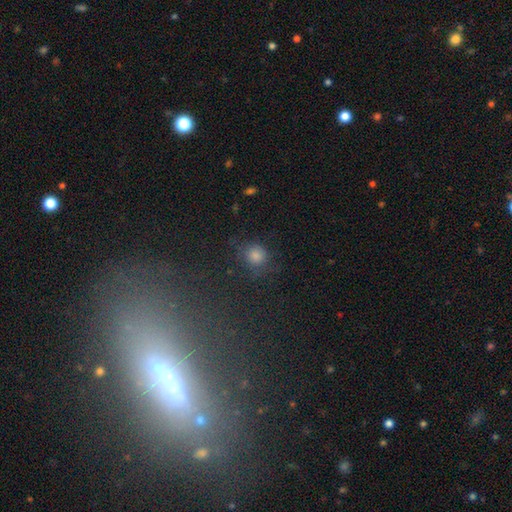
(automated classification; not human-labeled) Smooth or featured: smooth — 74% (star or artifact — 18%)
How rounded: round — 83% (in between — 15%)
Merging: none — 68% (minor disturbance — 16%)